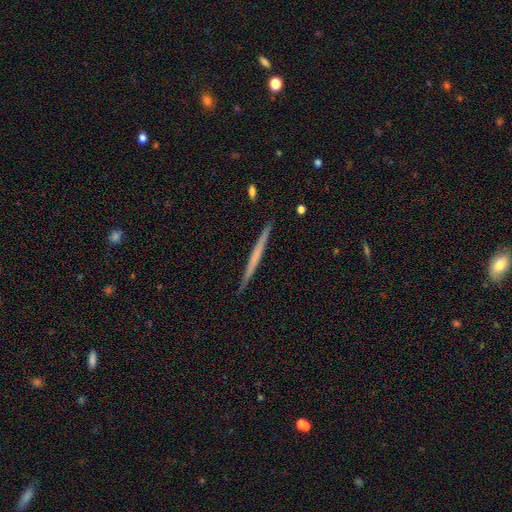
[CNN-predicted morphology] This appears to be a featured or disk galaxy (53%) viewed edge-on (98%) with no central bulge (89%). Merging: none (92%).